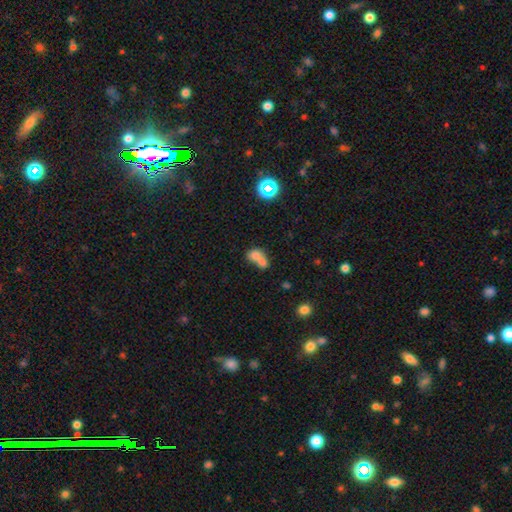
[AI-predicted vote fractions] The model was most divided on "how rounded": in between: 52%, round: 46%, cigar-shaped: 2%. More confident: merging — merger (71%); smooth or featured — smooth (71%).